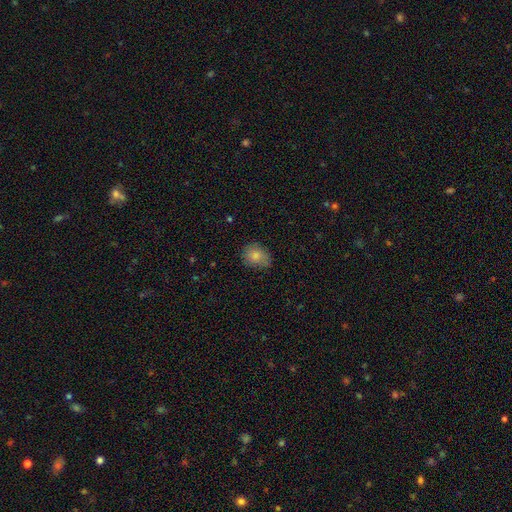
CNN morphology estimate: smooth 81%, featured or disk 11%, star or artifact 8%. Down the decision tree: how rounded — round (50%); merging — none (70%).